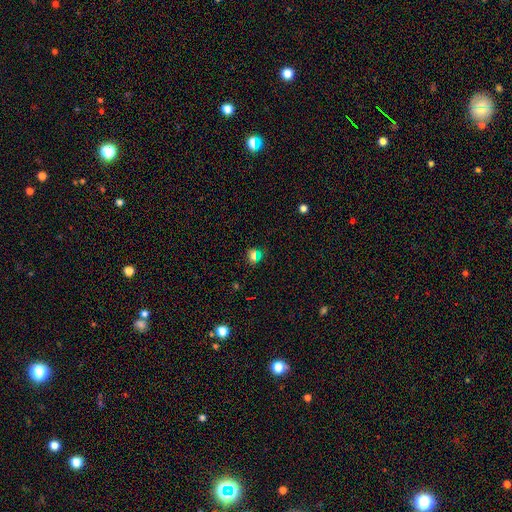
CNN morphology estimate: This appears to be a smooth galaxy with no disk features (68%) that is round (69%). Merging: none (78%).